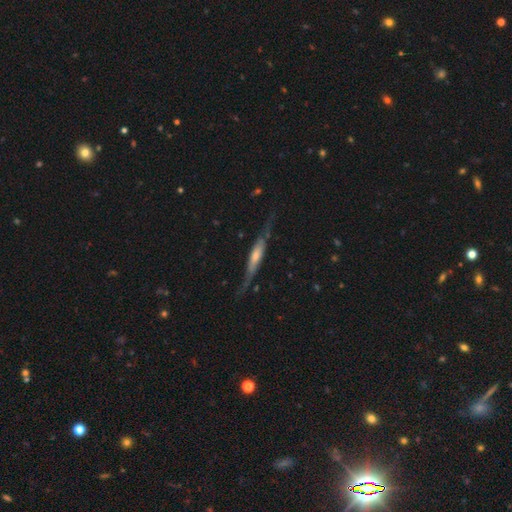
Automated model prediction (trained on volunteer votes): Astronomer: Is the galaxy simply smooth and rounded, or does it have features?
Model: featured or disk — 62%.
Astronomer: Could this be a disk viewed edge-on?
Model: yes — 72%.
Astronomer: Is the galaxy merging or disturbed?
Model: none — 58%.